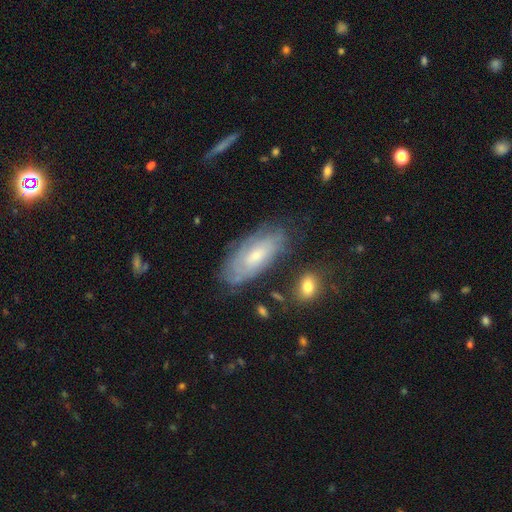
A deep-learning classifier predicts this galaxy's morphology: Smooth or featured?
  - featured or disk: 59% *
  - smooth: 33%
  - star or artifact: 7%
Edge-on disk?
  - no: 87% *
  - yes: 13%
Bar?
  - no: 70% *
  - weak: 26%
  - strong: 4%
Spiral arms?
  - yes: 75% *
  - no: 25%
Bulge size?
  - small: 62% *
  - moderate: 32%
  - large: 2%
  - none: 2%
  - dominant: 1%
Merging?
  - none: 72% *
  - minor disturbance: 20%
  - major disturbance: 6%
  - merger: 3%